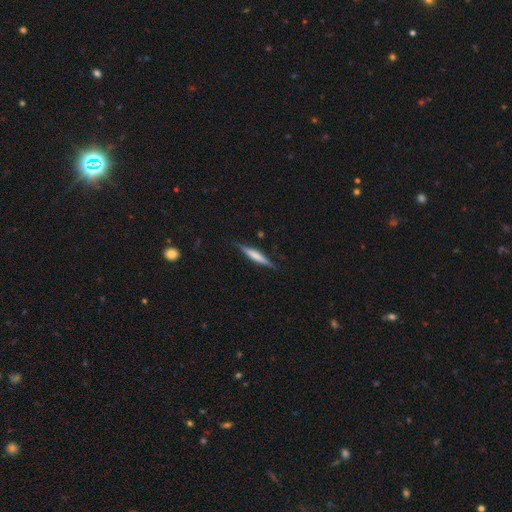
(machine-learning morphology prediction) Overall: smooth (49%; featured or disk 45%). Merging: none (85%).